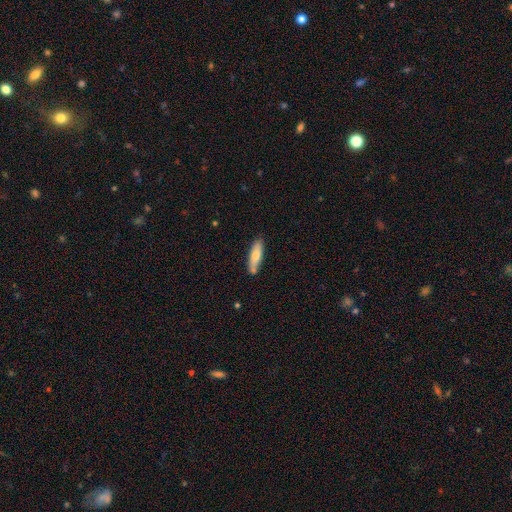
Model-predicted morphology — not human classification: smooth-or-featured: smooth: 74% | featured or disk: 21% | star or artifact: 6%
  how-rounded: cigar-shaped: 61% | in between: 37% | round: 2%
  merging: none: 76% | minor disturbance: 16% | merger: 6% | major disturbance: 3%